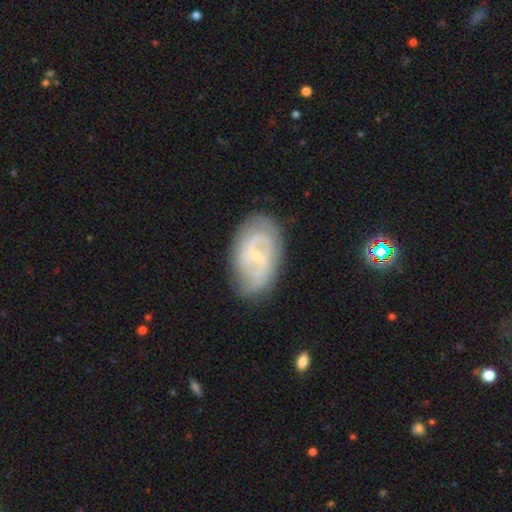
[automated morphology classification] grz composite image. It shows a featured or disk galaxy (77%) with a weak bar (53%), 2 (59%) medium (43%) spiral arms (88%) and a small central bulge (77%). Merging: none (74%).